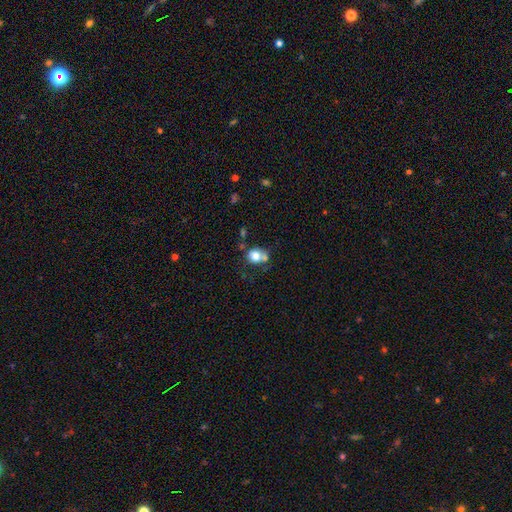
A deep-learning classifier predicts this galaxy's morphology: Smooth or featured: smooth — 76% (featured or disk — 14%)
How rounded: round — 63% (in between — 36%)
Merging: none — 43% (merger — 31%)